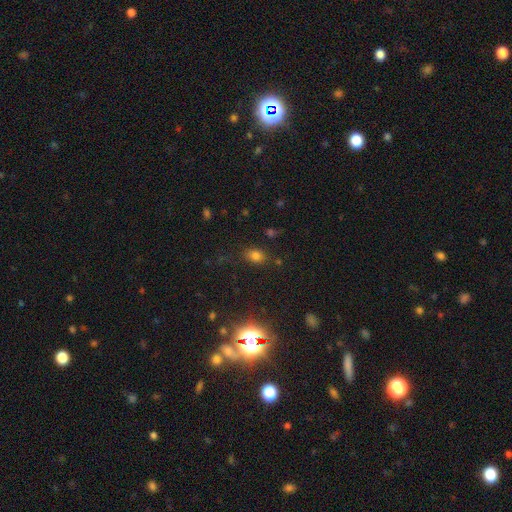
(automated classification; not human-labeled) The model was most divided on "how rounded": in between: 68%, round: 30%, cigar-shaped: 2%. More confident: merging — none (77%); smooth or featured — smooth (73%).